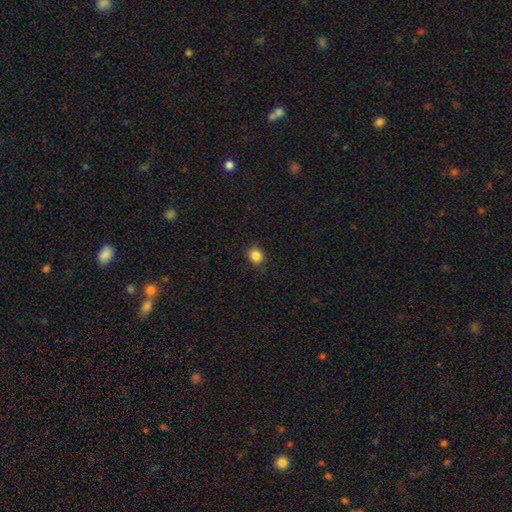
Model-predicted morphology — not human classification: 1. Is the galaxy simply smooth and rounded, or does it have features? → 86% smooth, 11% star or artifact, 4% featured or disk.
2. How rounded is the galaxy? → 79% round, 20% in between, 1% cigar-shaped.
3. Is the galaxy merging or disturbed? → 88% none, 9% minor disturbance, 2% major disturbance, 1% merger.